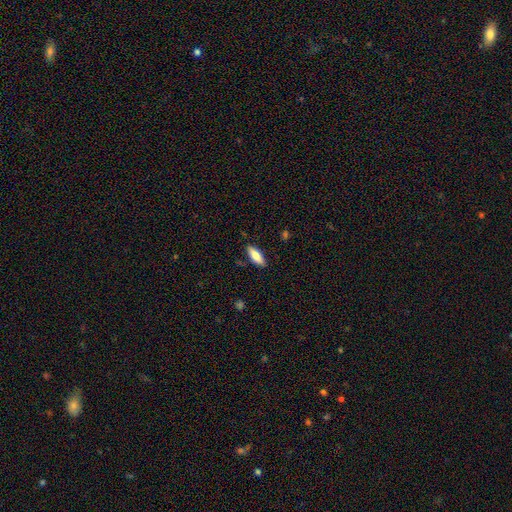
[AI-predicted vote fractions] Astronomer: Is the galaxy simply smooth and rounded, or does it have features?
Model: smooth — 75%.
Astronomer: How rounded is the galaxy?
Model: in between — 66%.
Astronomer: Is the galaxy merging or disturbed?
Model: none — 87%.